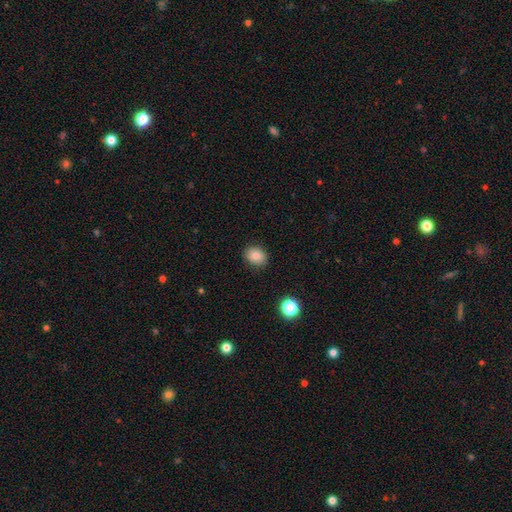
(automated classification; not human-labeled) Smooth or featured: smooth — 81% (star or artifact — 10%)
How rounded: round — 52% (in between — 47%)
Merging: none — 88% (minor disturbance — 9%)